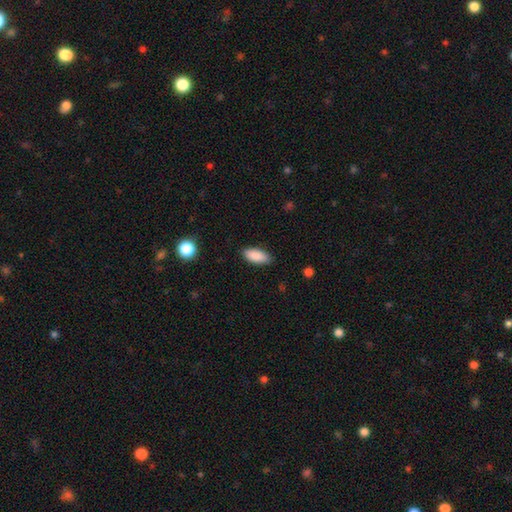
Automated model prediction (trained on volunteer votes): smooth_or_featured: smooth (p=0.89) [alt: star or artifact p=0.07]
how_rounded: in between (p=0.88) [alt: cigar-shaped p=0.10]
merging: none (p=0.85) [alt: minor disturbance p=0.11]